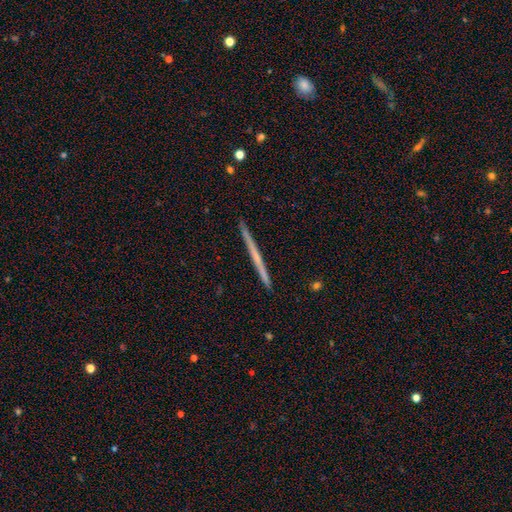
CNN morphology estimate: smooth-or-featured: featured or disk: 59% | smooth: 36% | star or artifact: 6%
  disk-edge-on: yes: 98% | no: 2%
    edge-on-bulge: none: 84% | rounded: 12% | boxy: 3%
  merging: none: 93% | minor disturbance: 5% | merger: 1% | major disturbance: 1%